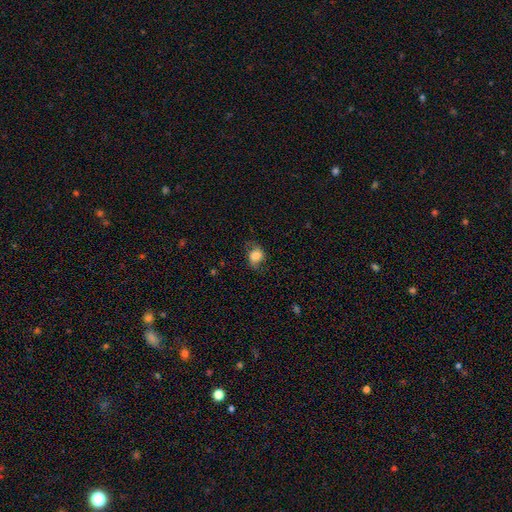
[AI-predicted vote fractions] smooth 71%, featured or disk 19%, star or artifact 10%. Down the decision tree: how rounded — in between (52%); merging — none (57%).